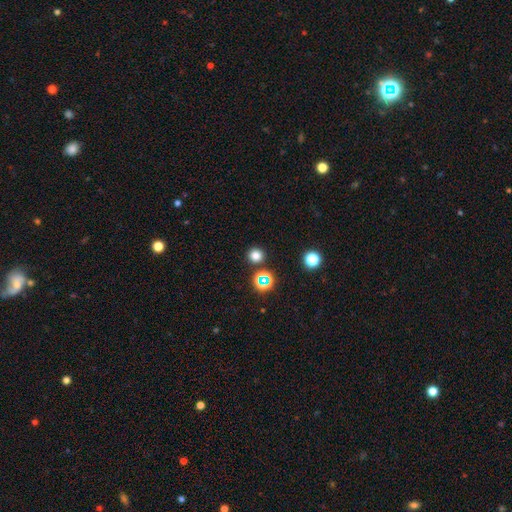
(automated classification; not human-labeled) Smooth or featured? Predicted: smooth (p=0.74). How rounded? Predicted: round (p=0.93). Merging? Predicted: none (p=0.88).